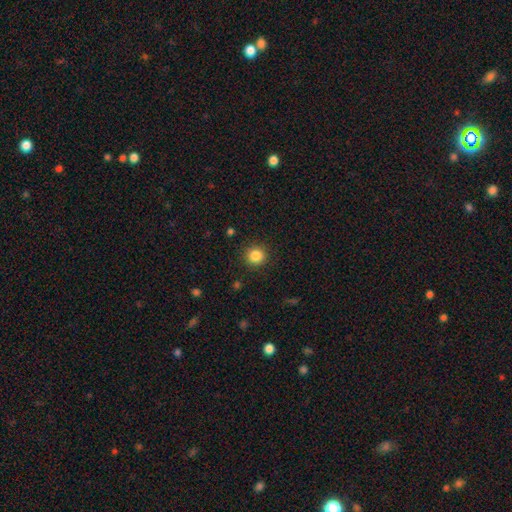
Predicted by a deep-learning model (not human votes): smooth_or_featured: smooth (p=0.85) [alt: star or artifact p=0.11]
how_rounded: round (p=0.93) [alt: in between p=0.06]
merging: none (p=0.90) [alt: minor disturbance p=0.06]